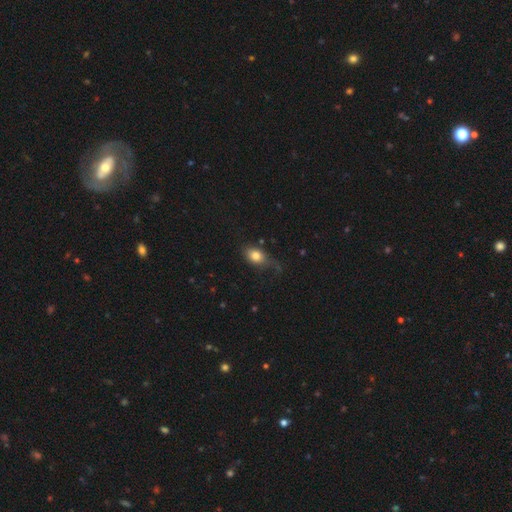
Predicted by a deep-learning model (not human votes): smooth 80%, featured or disk 12%, star or artifact 9%. Down the decision tree: how rounded — in between (76%); merging — none (50%).